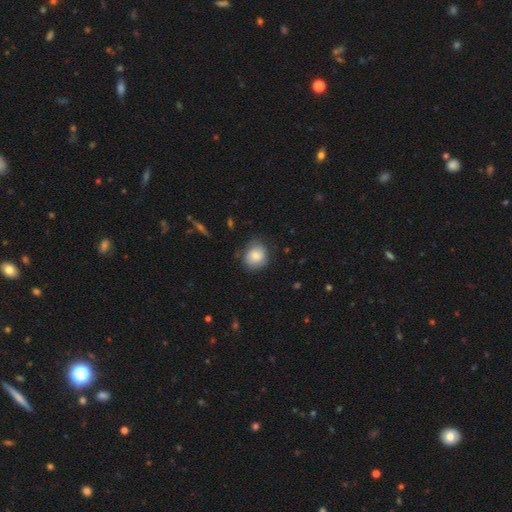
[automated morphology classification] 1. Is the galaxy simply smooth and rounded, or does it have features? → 80% smooth, 13% featured or disk, 8% star or artifact.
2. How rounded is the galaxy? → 76% round, 23% in between, 1% cigar-shaped.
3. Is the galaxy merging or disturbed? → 73% none, 20% minor disturbance, 5% major disturbance, 1% merger.